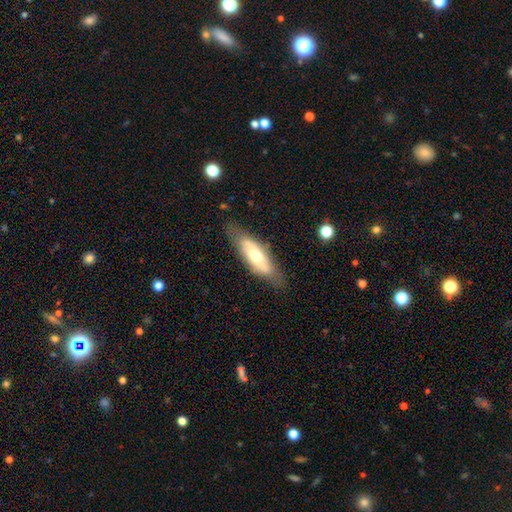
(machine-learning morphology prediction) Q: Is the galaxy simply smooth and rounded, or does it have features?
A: smooth — 49%.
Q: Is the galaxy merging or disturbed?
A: none — 73%.